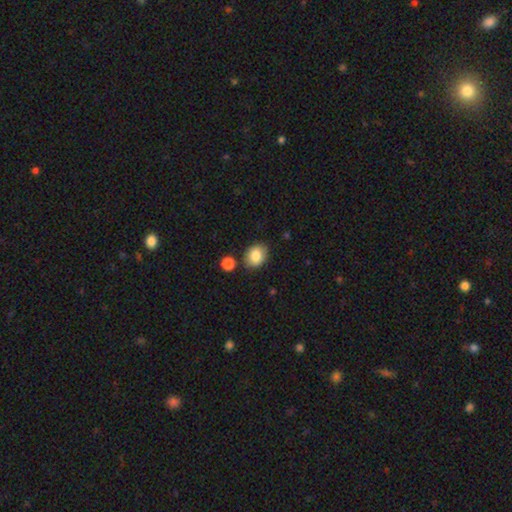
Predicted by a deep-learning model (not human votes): This is clearly a smooth galaxy (84%). How rounded: possibly in between (55%). Merging: likely none (78%).